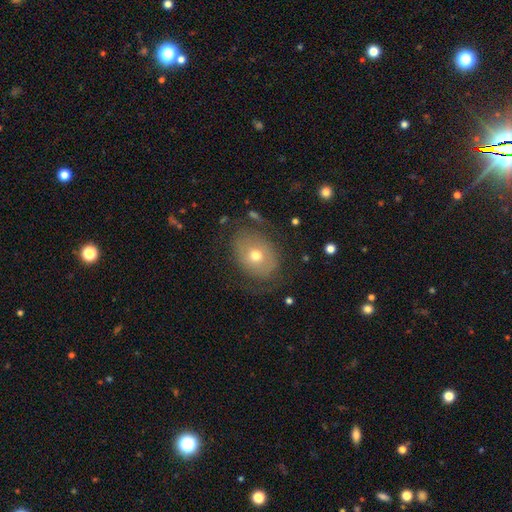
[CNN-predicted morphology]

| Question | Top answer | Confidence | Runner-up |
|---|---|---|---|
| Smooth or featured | smooth | 50% | featured or disk (41%) |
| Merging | none | 66% | minor disturbance (20%) |